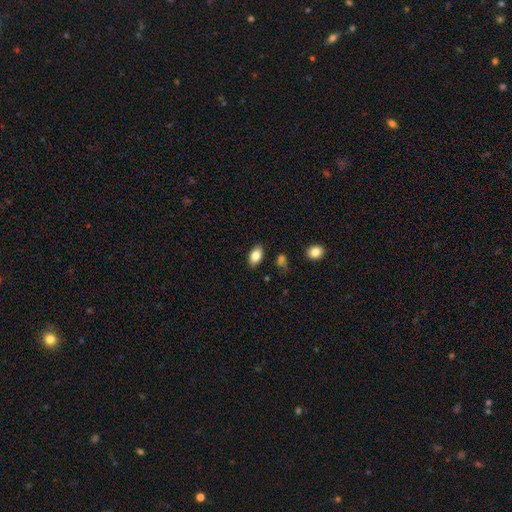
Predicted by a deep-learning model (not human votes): Smooth or featured? Predicted: smooth (p=0.83). How rounded? Predicted: in between (p=0.91). Merging? Predicted: none (p=0.86).